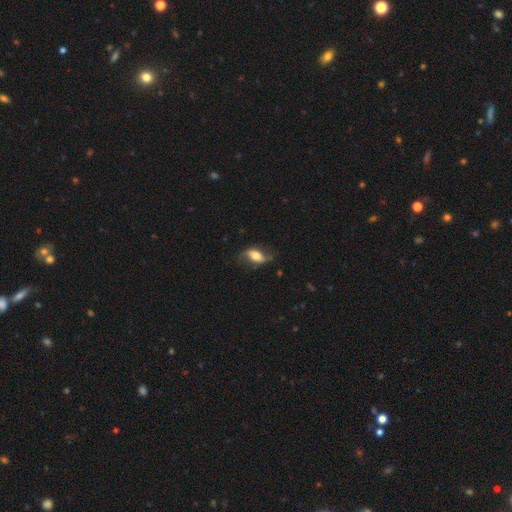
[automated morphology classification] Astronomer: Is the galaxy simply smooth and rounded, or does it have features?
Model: featured or disk — 46%, tied with smooth at 46%.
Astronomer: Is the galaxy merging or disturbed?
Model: none — 64%.